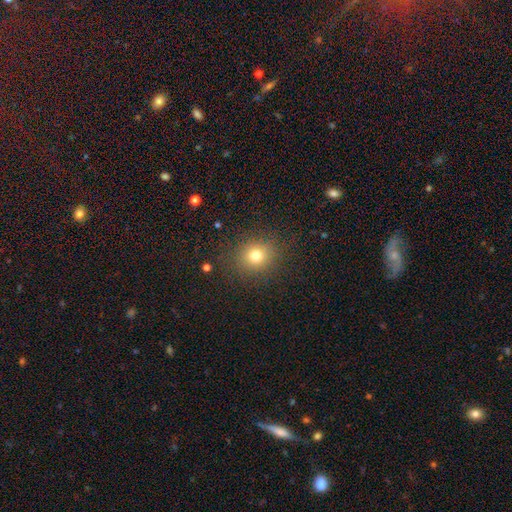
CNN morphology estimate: Smooth or featured?
  - smooth: 76% *
  - star or artifact: 16%
  - featured or disk: 8%
How rounded?
  - round: 77% *
  - in between: 22%
  - cigar-shaped: 1%
Merging?
  - none: 86% *
  - minor disturbance: 9%
  - major disturbance: 4%
  - merger: 1%